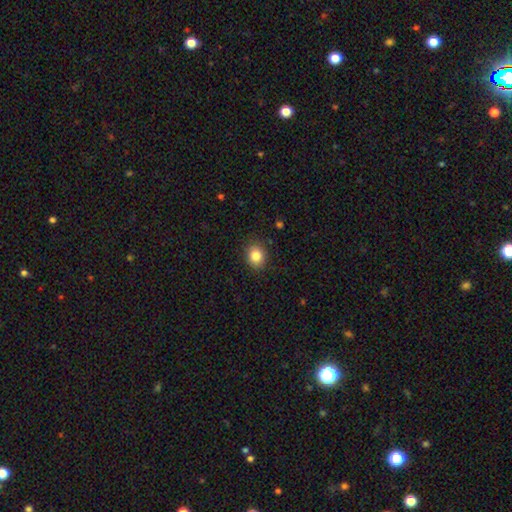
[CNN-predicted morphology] A smooth galaxy with no disk features (84%) that is round (67%).

Vote fractions:
- Smooth or featured? smooth: 84% / star or artifact: 10% / featured or disk: 6%
- How rounded? round: 67% / in between: 32% / cigar-shaped: 1%
- Merging? none: 88% / minor disturbance: 9% / major disturbance: 2% / merger: 1%